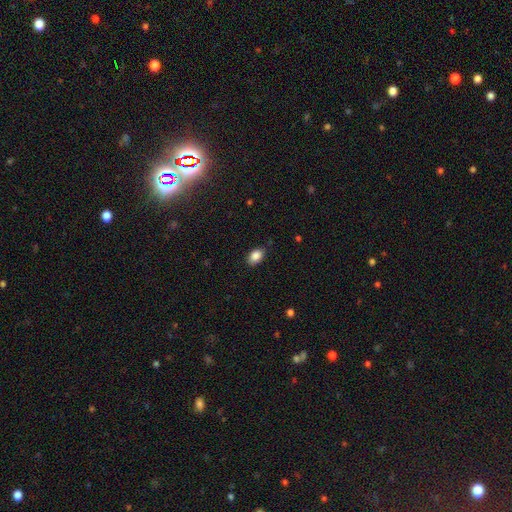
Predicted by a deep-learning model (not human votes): A smooth galaxy with no disk features (88%) that is in between round and cigar-shaped (87%).

Vote fractions:
- Smooth or featured? smooth: 88% / star or artifact: 8% / featured or disk: 4%
- How rounded? in between: 87% / round: 11% / cigar-shaped: 2%
- Merging? none: 81% / minor disturbance: 15% / major disturbance: 3% / merger: 1%